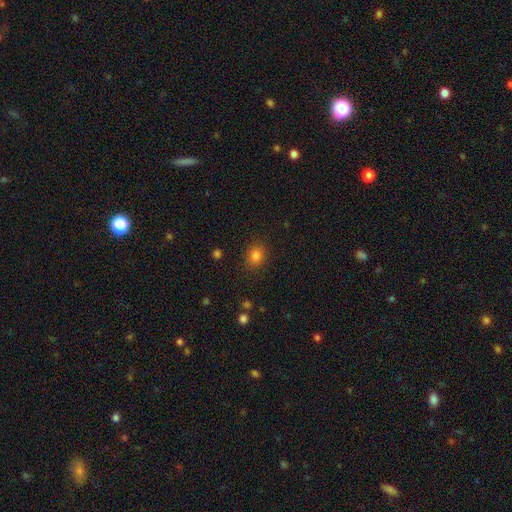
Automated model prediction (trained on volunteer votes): Morphology: type=smooth (82%); roundness=round (64%); merging=none (88%).